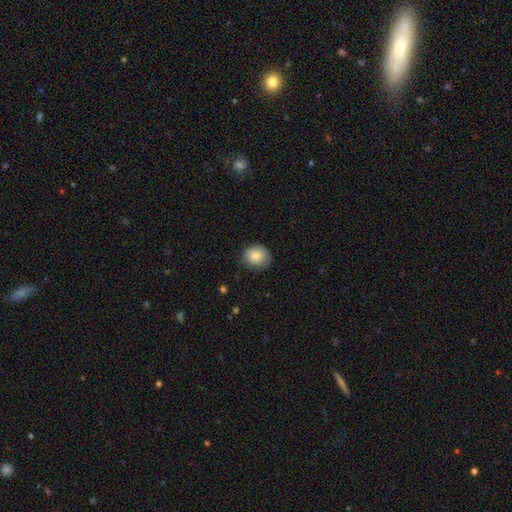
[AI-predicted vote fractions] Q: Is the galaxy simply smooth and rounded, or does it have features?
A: smooth — 83%.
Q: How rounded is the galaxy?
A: round — 76%.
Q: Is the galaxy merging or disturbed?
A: none — 76%.